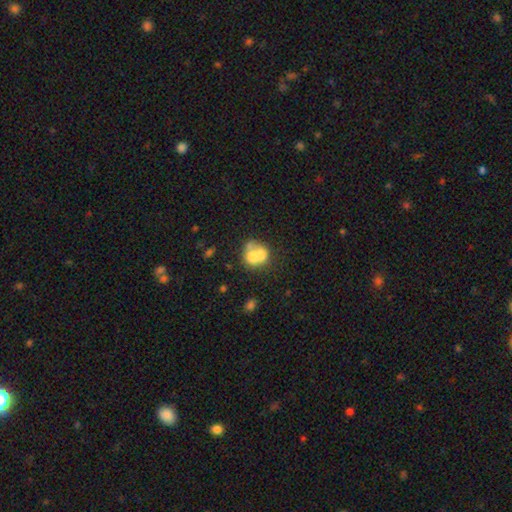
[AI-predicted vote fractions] This is likely a smooth galaxy (60%). How rounded: likely round (66%). Merging: possibly merger (59%).